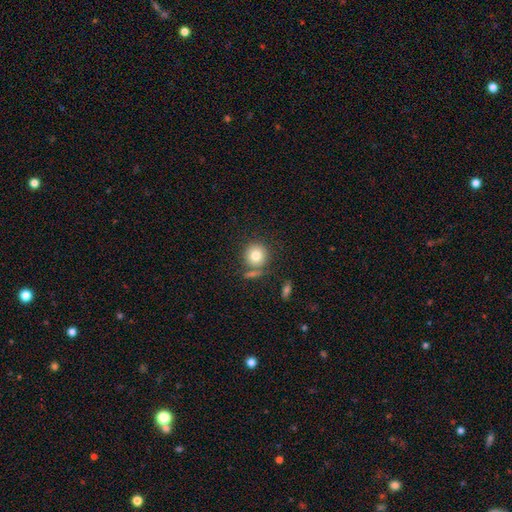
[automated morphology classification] Smooth or featured? smooth (80%)
How rounded? round (88%)
Merging? none (69%)